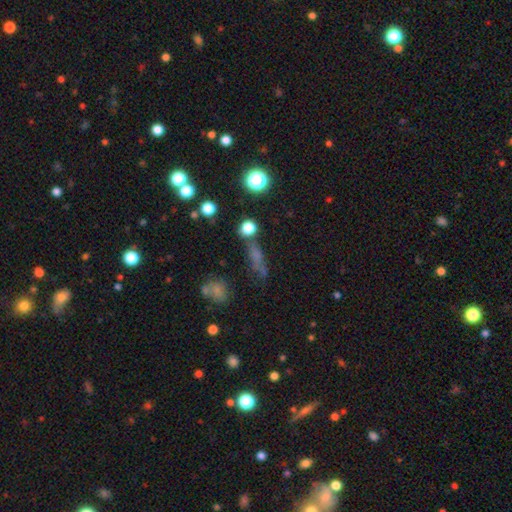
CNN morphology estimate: Smooth or featured?
  - smooth: 40% * (tied)
  - star or artifact: 40% * (tied)
  - featured or disk: 20%
Merging?
  - none: 66% *
  - minor disturbance: 15%
  - merger: 10%
  - major disturbance: 9%